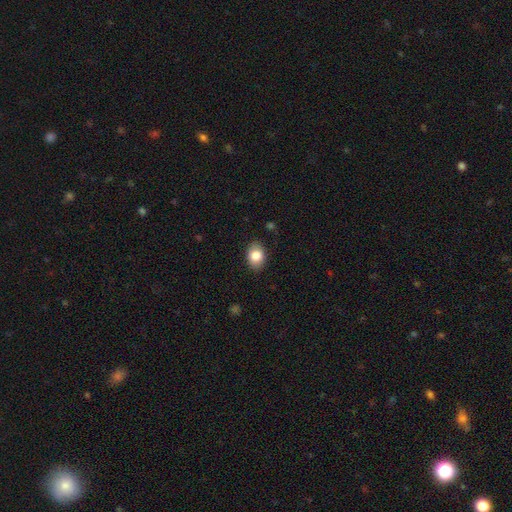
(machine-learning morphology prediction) This is clearly a smooth galaxy (84%). How rounded: likely in between (74%). Merging: clearly none (86%).